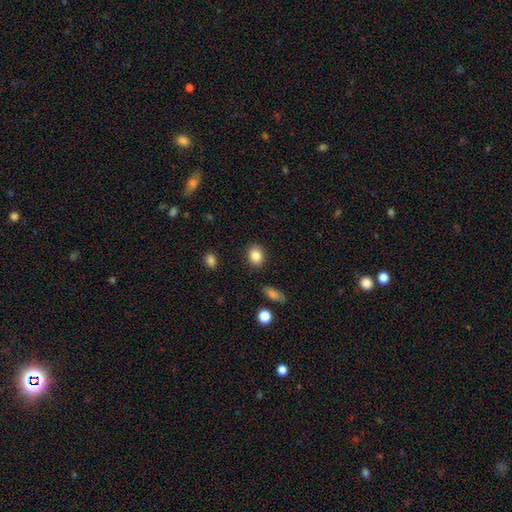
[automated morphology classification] Smooth or featured? Predicted: smooth (p=0.85). How rounded? Predicted: in between (p=0.50). Merging? Predicted: none (p=0.88).